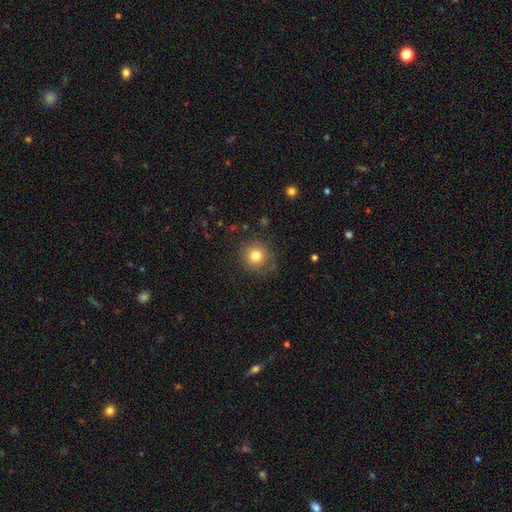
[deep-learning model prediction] Morphology: type=smooth (78%); roundness=round (87%); merging=none (80%).